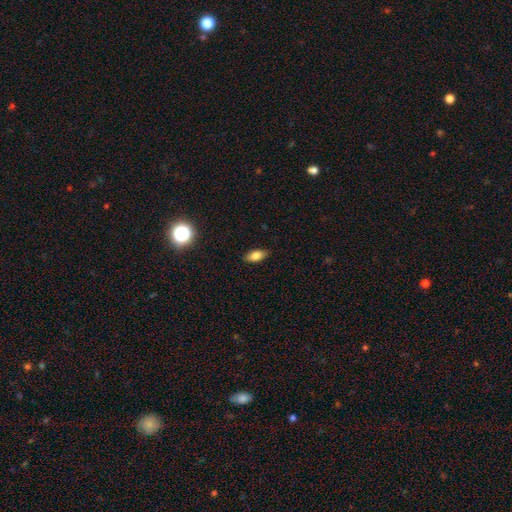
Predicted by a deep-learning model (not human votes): Morphology: type=smooth (78%); roundness=in between (83%); merging=none (88%).